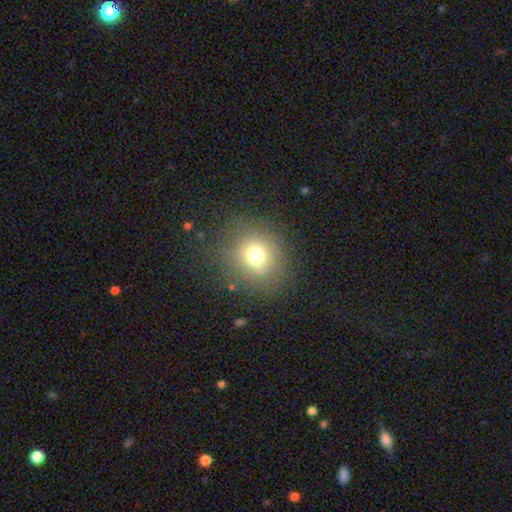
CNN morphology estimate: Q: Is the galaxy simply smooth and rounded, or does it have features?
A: smooth — 71%.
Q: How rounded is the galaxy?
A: round — 82%.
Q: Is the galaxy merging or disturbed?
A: none — 81%.